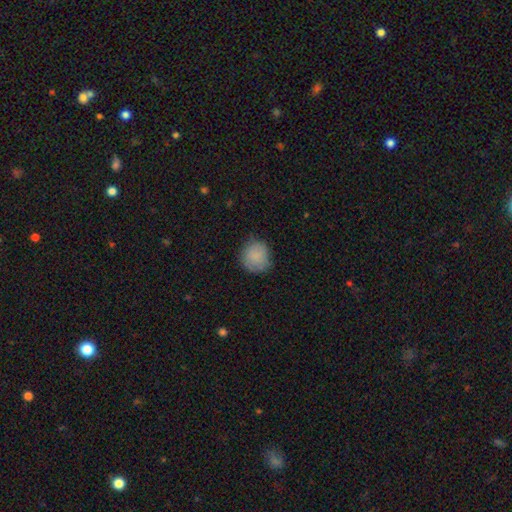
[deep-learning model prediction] A smooth galaxy with no disk features (85%) that is round (89%). Merging: none (75%).